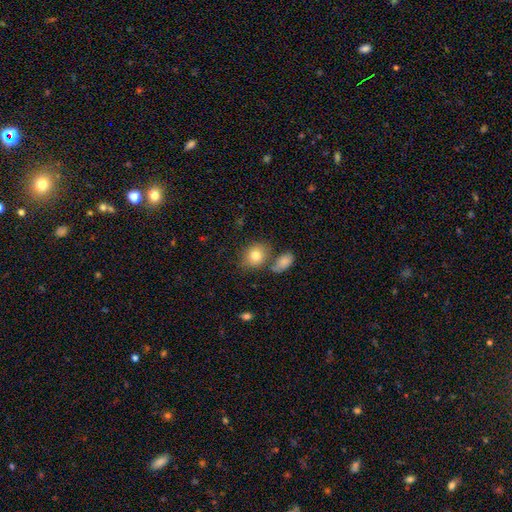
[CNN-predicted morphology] Smooth or featured: smooth — 80% (featured or disk — 11%)
How rounded: round — 50% (in between — 49%)
Merging: none — 63% (merger — 18%)